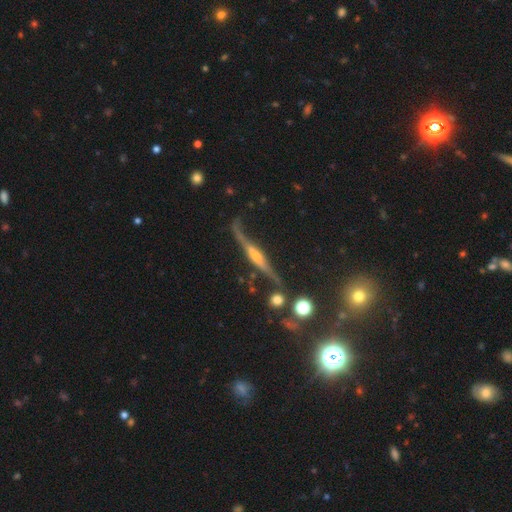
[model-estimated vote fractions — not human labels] featured or disk 82%, star or artifact 9%, smooth 9%. Down the decision tree: edge-on disk — yes (92%); edge-on bulge — rounded (86%); merging — none (66%).